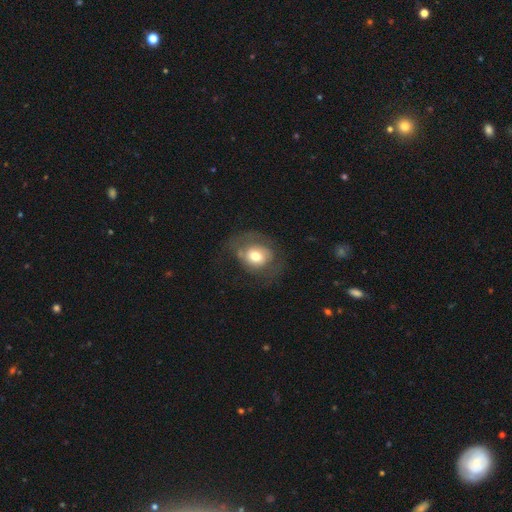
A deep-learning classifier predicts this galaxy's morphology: Smooth or featured?
  - smooth: 59% *
  - featured or disk: 32%
  - star or artifact: 9%
How rounded?
  - round: 61% *
  - in between: 38%
  - cigar-shaped: 1%
Merging?
  - none: 49% *
  - major disturbance: 25%
  - minor disturbance: 24%
  - merger: 2%